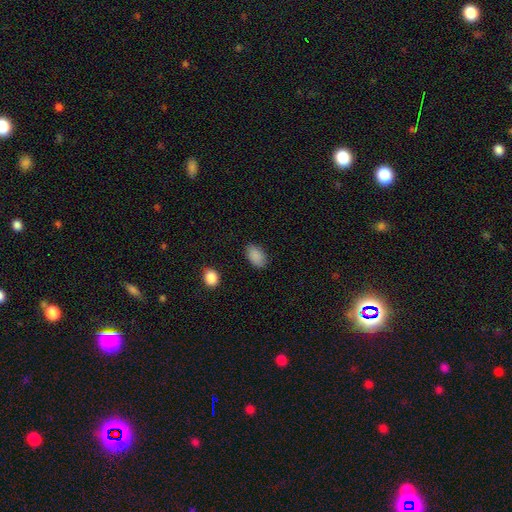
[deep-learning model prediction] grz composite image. It shows a smooth galaxy with no disk features (89%) that is in between round and cigar-shaped (92%). Merging: none (83%).